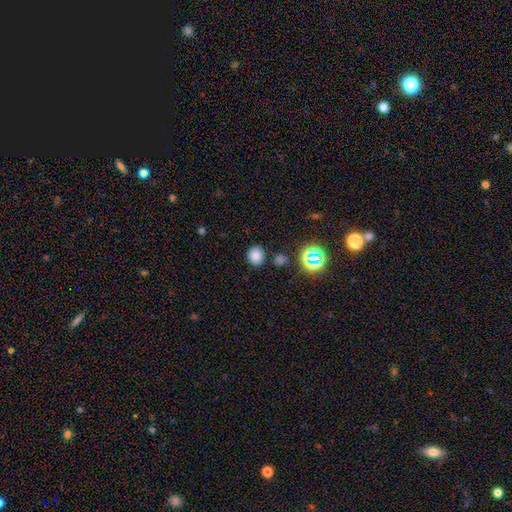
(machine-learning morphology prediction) Smooth or featured? smooth (76%)
How rounded? round (78%)
Merging? none (84%)